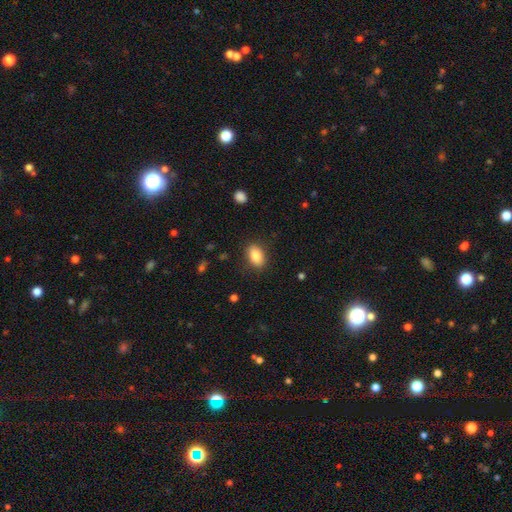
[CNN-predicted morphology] smooth 85%, star or artifact 8%, featured or disk 7%. Down the decision tree: how rounded — in between (87%); merging — none (86%).